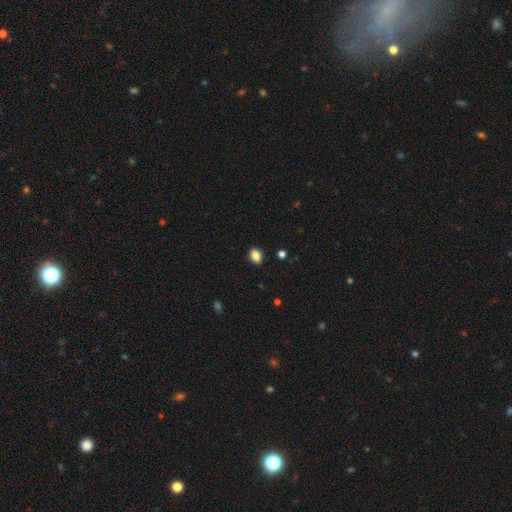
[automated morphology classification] This is clearly a smooth galaxy (85%). How rounded: likely in between (75%). Merging: clearly none (89%).